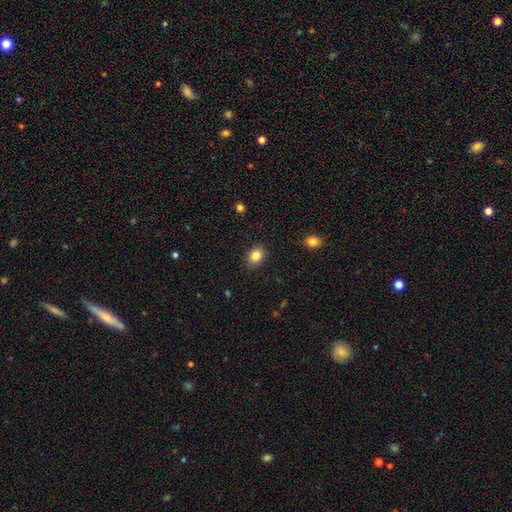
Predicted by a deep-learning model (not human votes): Smooth or featured: smooth — 85% (star or artifact — 9%)
How rounded: in between — 55% (round — 45%)
Merging: none — 88% (minor disturbance — 9%)